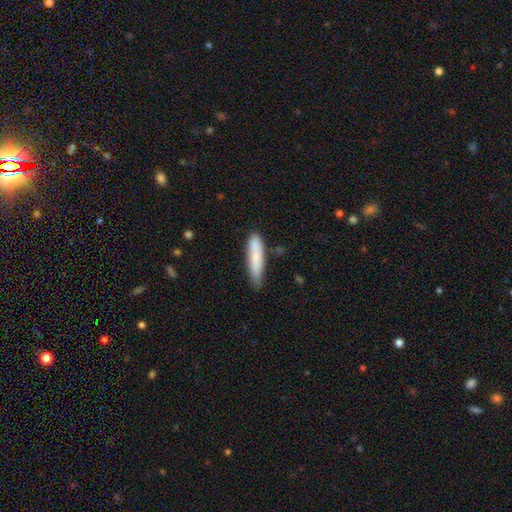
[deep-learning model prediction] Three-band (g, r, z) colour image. It shows a smooth galaxy with no disk features (77%) that is cigar-shaped (81%). Merging: none (68%).